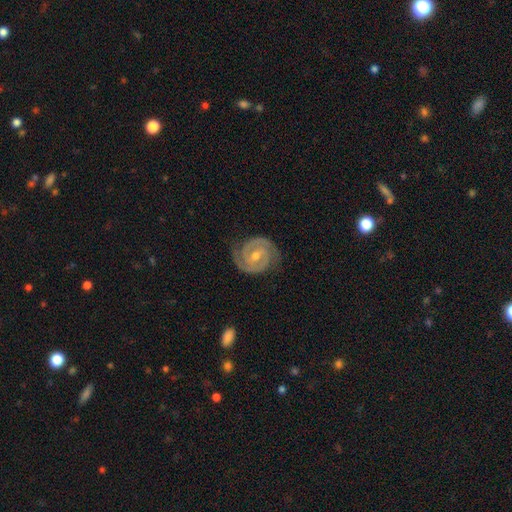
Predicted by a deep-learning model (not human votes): smooth_or_featured: featured or disk (p=0.92) [alt: star or artifact p=0.04]
disk_edge_on: no (p=0.98) [alt: yes p=0.02]
bar: weak (p=0.41) [alt: no p=0.40]
has_spiral_arms: yes (p=0.99) [alt: no p=0.01]
spiral_winding: tight (p=0.75) [alt: medium p=0.22]
spiral_arm_count: 2 (p=0.92) [alt: 3 p=0.03]
bulge_size: moderate (p=0.55) [alt: small p=0.41]
merging: none (p=0.84) [alt: minor disturbance p=0.12]